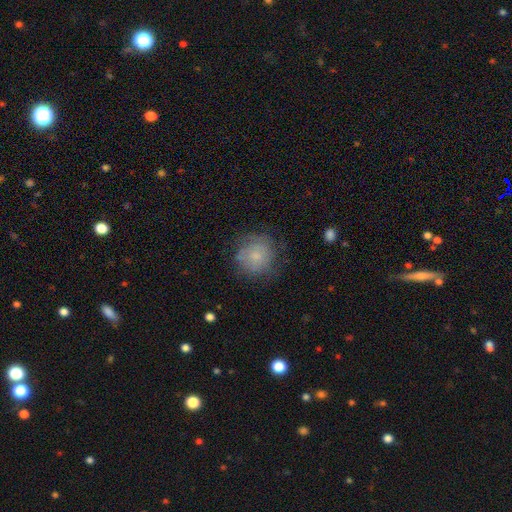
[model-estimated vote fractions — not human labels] Smooth or featured?
  - smooth: 63% *
  - featured or disk: 27%
  - star or artifact: 9%
How rounded?
  - round: 89% *
  - in between: 10%
  - cigar-shaped: 1%
Merging?
  - none: 66% *
  - minor disturbance: 22%
  - major disturbance: 11%
  - merger: 2%